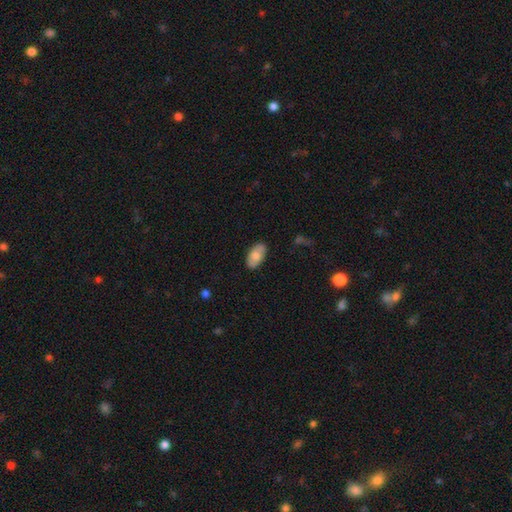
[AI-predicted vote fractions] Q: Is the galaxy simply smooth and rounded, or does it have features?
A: smooth — 74%.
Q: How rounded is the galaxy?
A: in between — 94%.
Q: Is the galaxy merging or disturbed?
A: none — 85%.